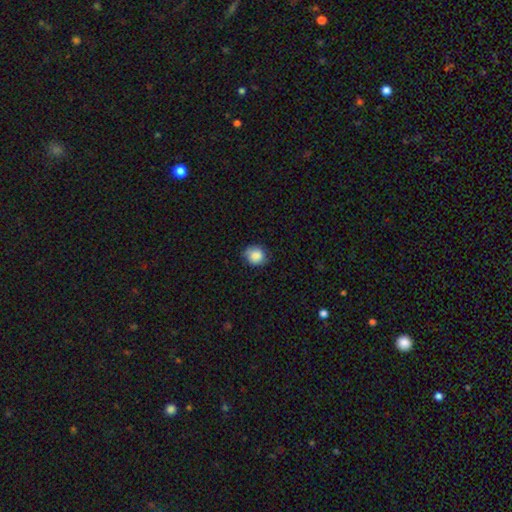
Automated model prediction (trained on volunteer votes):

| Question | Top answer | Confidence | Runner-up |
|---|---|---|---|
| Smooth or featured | smooth | 85% | star or artifact (8%) |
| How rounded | round | 79% | in between (20%) |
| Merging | none | 75% | minor disturbance (20%) |